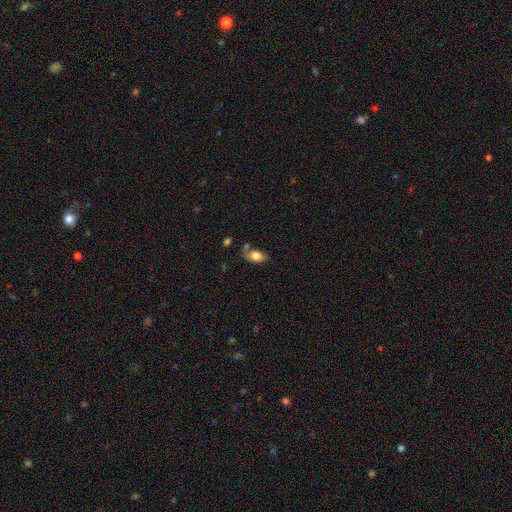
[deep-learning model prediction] smooth_or_featured: smooth (p=0.78) [alt: featured or disk p=0.14]
how_rounded: in between (p=0.87) [alt: round p=0.11]
merging: none (p=0.56) [alt: minor disturbance p=0.24]